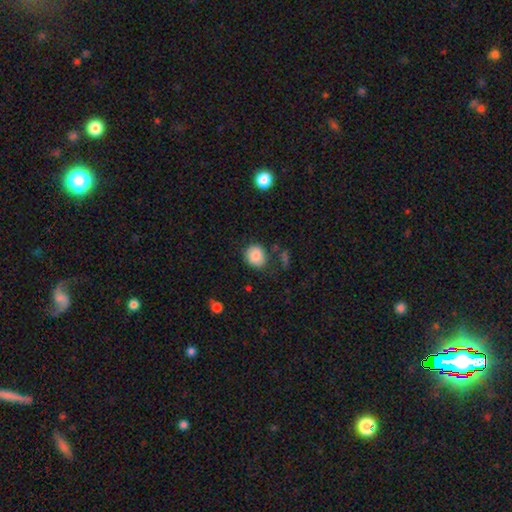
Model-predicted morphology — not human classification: Smooth or featured?
  - smooth: 85% *
  - star or artifact: 9%
  - featured or disk: 6%
How rounded?
  - round: 70% *
  - in between: 29%
  - cigar-shaped: 1%
Merging?
  - none: 77% *
  - minor disturbance: 16%
  - major disturbance: 4%
  - merger: 3%